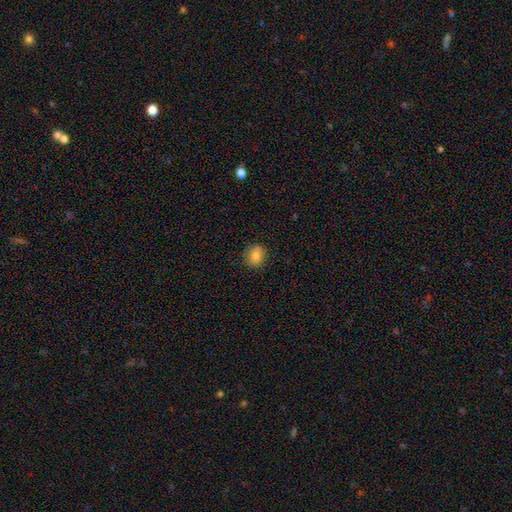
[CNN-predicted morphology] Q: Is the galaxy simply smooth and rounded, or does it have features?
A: smooth — 79%.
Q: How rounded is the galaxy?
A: round — 76%.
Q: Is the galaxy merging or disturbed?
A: none — 87%.